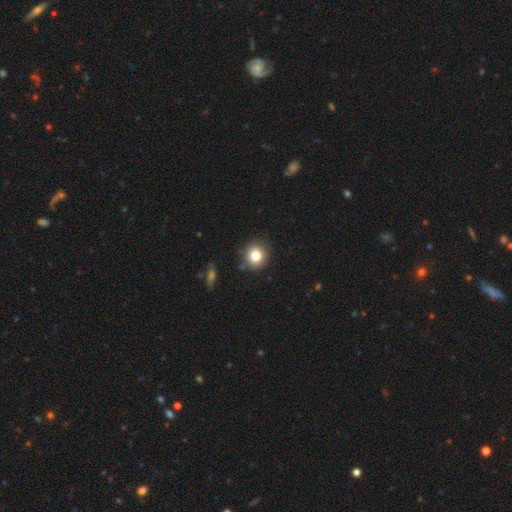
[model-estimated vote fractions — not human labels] Smooth or featured: smooth — 80% (star or artifact — 12%)
How rounded: round — 88% (in between — 11%)
Merging: none — 85% (minor disturbance — 10%)